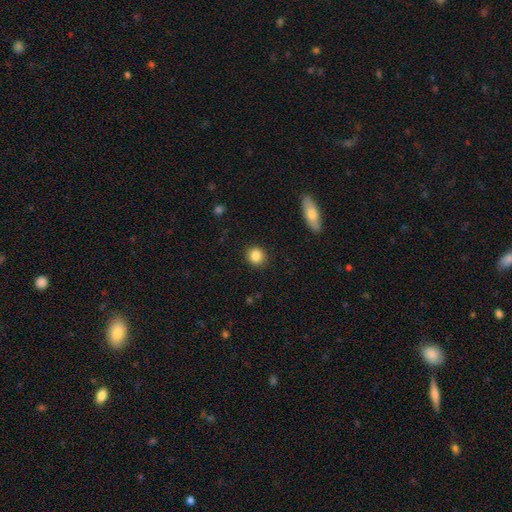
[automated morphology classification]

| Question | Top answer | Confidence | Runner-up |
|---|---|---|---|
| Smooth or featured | smooth | 86% | star or artifact (9%) |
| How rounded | round | 87% | in between (12%) |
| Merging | none | 90% | minor disturbance (6%) |